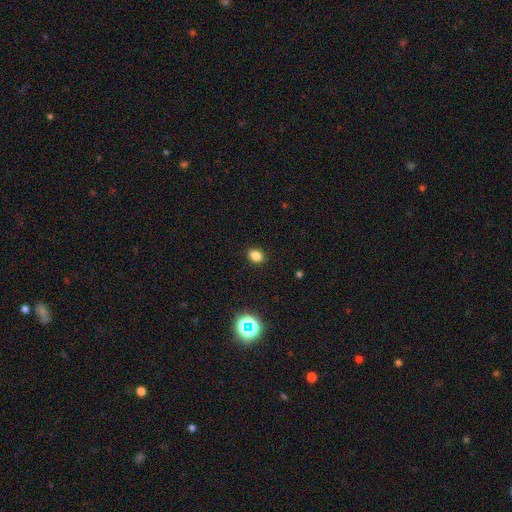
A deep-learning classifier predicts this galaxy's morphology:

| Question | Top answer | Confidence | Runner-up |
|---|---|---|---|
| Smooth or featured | smooth | 82% | star or artifact (13%) |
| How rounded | in between | 67% | round (32%) |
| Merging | none | 89% | minor disturbance (8%) |